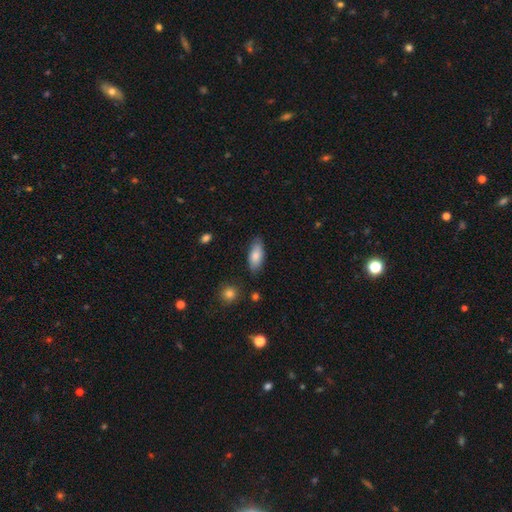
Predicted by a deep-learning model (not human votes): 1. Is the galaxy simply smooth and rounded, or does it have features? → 82% smooth, 12% featured or disk, 6% star or artifact.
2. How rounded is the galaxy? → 85% in between, 13% cigar-shaped, 2% round.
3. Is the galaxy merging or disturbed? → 80% none, 15% minor disturbance, 3% major disturbance, 2% merger.